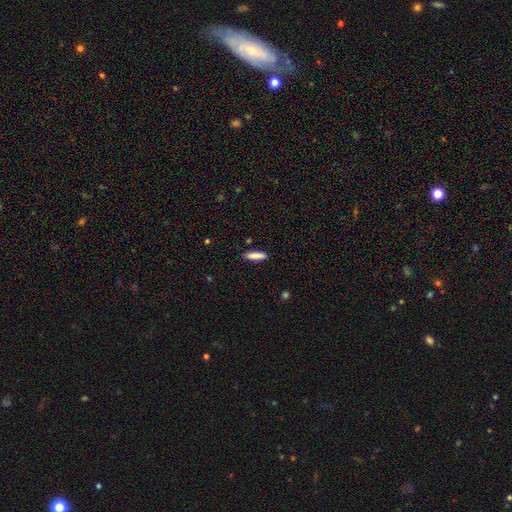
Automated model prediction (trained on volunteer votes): Smooth or featured? smooth (86%)
How rounded? cigar-shaped (66%)
Merging? none (87%)